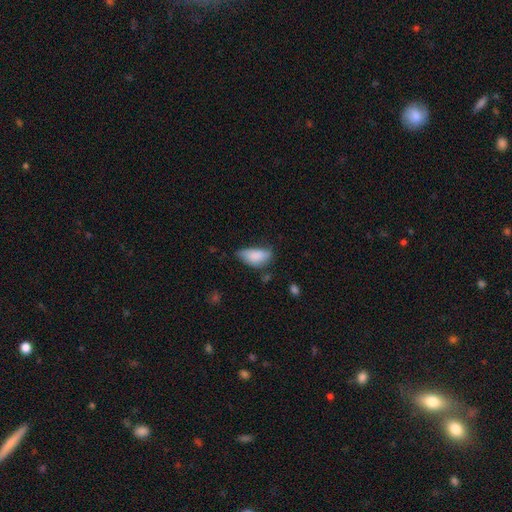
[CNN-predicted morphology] Q: Smooth or featured?
A: smooth (82%); runner-up: featured or disk (10%)
Q: How rounded?
A: in between (91%); runner-up: cigar-shaped (5%)
Q: Merging?
A: minor disturbance (43%); runner-up: none (36%)